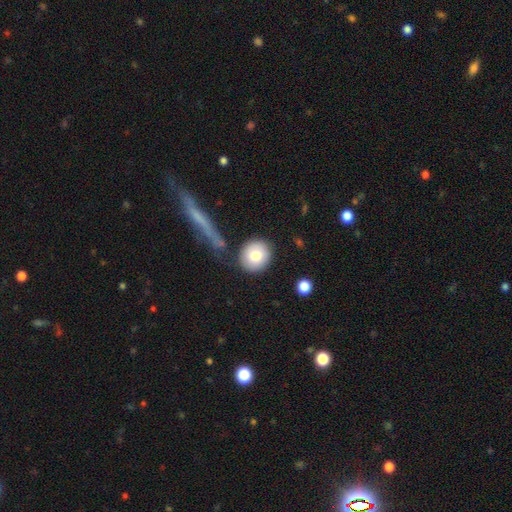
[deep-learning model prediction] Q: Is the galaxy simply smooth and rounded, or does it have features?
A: smooth — 78%.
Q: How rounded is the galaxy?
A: round — 89%.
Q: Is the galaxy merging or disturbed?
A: none — 82%.